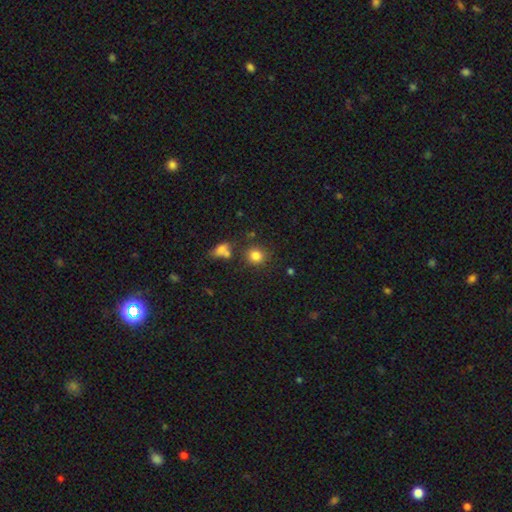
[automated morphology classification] type=smooth (81%); roundness=round (84%); merging=none (76%).